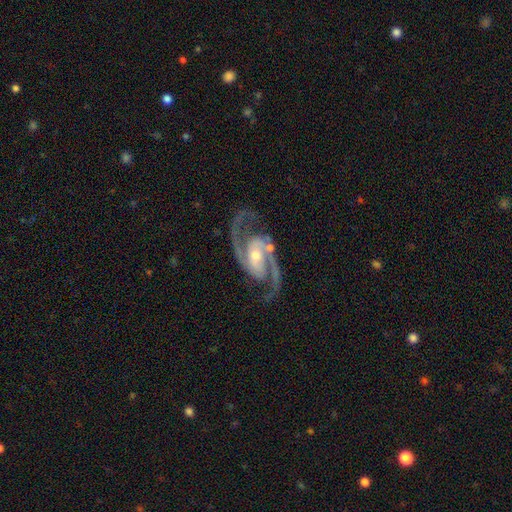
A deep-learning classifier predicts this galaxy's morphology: smooth_or_featured: featured or disk (p=0.93) [alt: star or artifact p=0.04]
disk_edge_on: no (p=0.98) [alt: yes p=0.02]
bar: no (p=0.38) [alt: weak p=0.36]
has_spiral_arms: yes (p=0.99) [alt: no p=0.01]
spiral_winding: medium (p=0.64) [alt: tight p=0.20]
spiral_arm_count: 2 (p=0.94) [alt: 3 p=0.02]
bulge_size: moderate (p=0.50) [alt: small p=0.45]
merging: none (p=0.77) [alt: minor disturbance p=0.13]